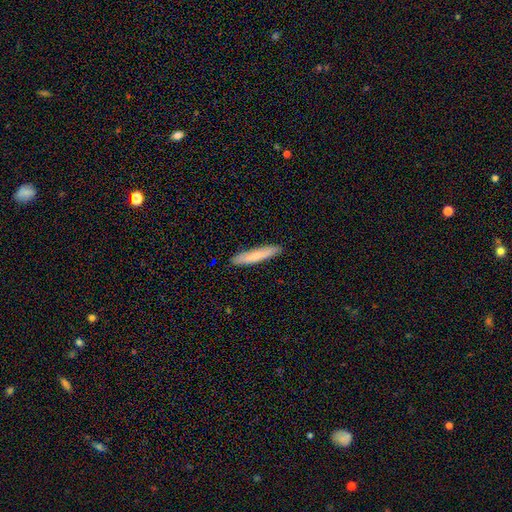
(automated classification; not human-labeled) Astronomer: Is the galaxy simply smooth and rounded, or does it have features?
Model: smooth — 72%.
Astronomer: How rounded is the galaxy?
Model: cigar-shaped — 90%.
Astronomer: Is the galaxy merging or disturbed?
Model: none — 90%.